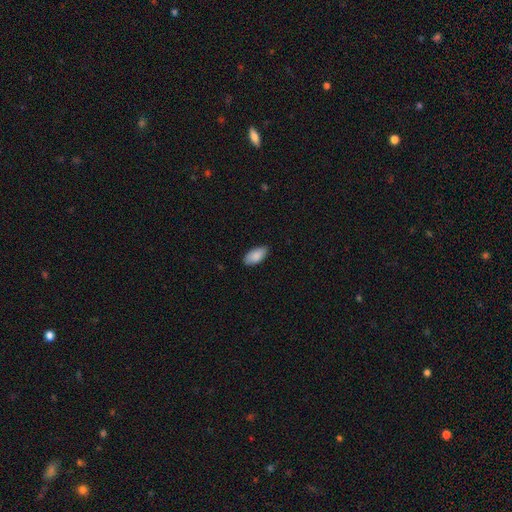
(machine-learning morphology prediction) Overall: smooth (88%). How rounded: in between (94%). Merging: none (85%).